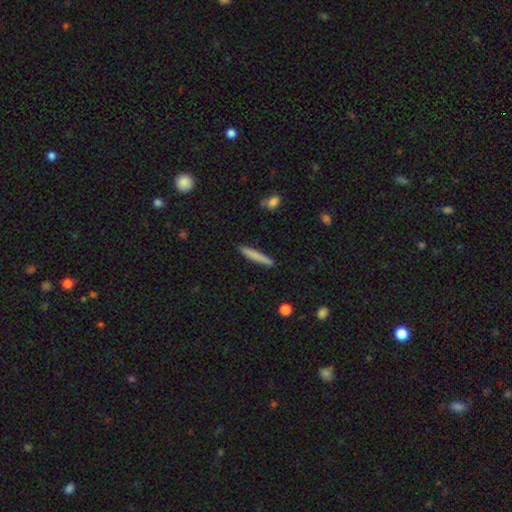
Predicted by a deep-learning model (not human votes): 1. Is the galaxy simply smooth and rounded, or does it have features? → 77% smooth, 17% featured or disk, 6% star or artifact.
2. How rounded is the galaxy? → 95% cigar-shaped, 4% in between, 1% round.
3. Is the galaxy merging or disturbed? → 88% none, 8% minor disturbance, 2% merger, 2% major disturbance.